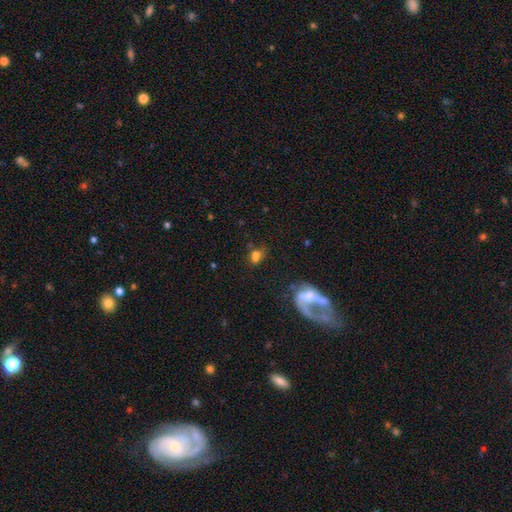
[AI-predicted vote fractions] smooth_or_featured: smooth (p=0.64) [alt: star or artifact p=0.19]
how_rounded: in between (p=0.66) [alt: round p=0.30]
merging: none (p=0.43) [alt: merger p=0.29]